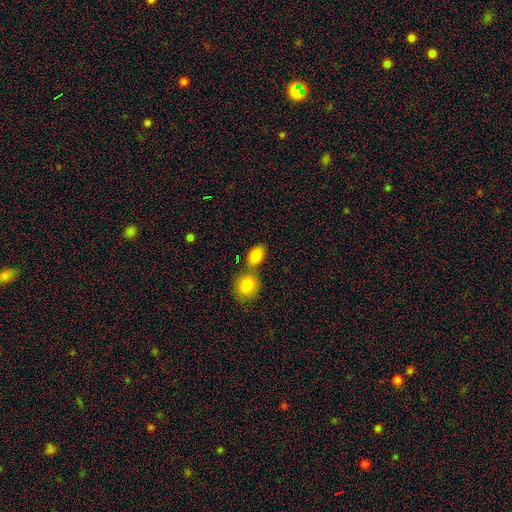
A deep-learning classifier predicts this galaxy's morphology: This appears to be a smooth galaxy with no disk features (85%) that is in between round and cigar-shaped (76%). Merging: none (54%).